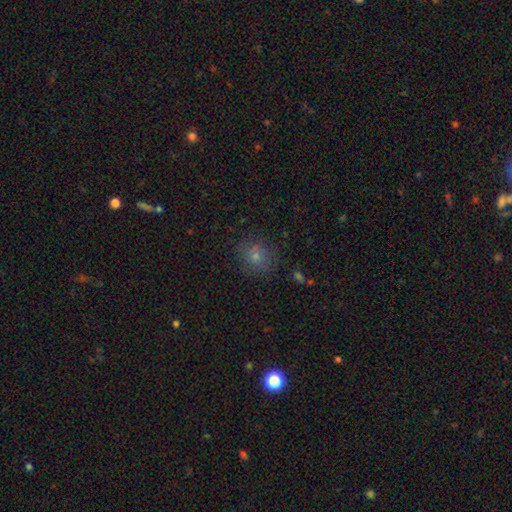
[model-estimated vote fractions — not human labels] Smooth or featured: smooth — 63% (star or artifact — 26%)
How rounded: round — 78% (in between — 21%)
Merging: none — 82% (minor disturbance — 12%)